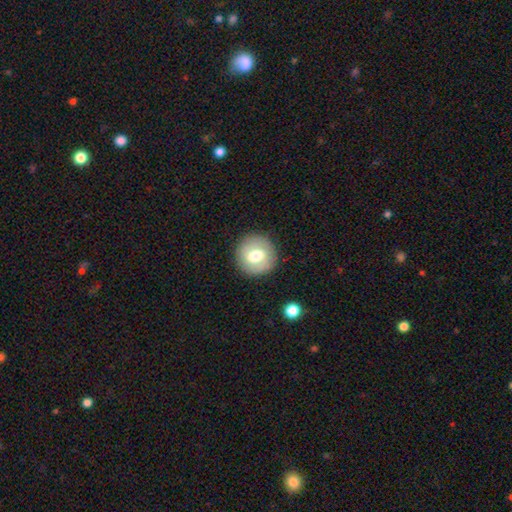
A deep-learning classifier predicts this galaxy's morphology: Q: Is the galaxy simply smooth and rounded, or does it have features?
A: smooth — 61%.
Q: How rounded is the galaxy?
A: round — 88%.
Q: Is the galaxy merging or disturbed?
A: none — 87%.